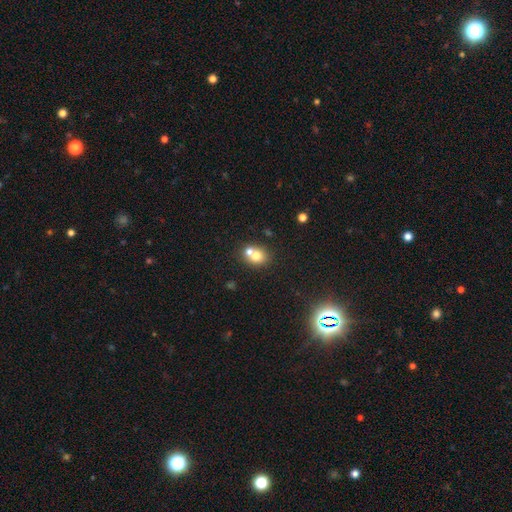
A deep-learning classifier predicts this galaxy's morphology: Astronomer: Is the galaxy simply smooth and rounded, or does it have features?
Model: smooth — 71%.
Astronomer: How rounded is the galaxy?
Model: round — 69%.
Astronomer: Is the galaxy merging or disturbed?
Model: merger — 48% (runner-up: none, 42%).